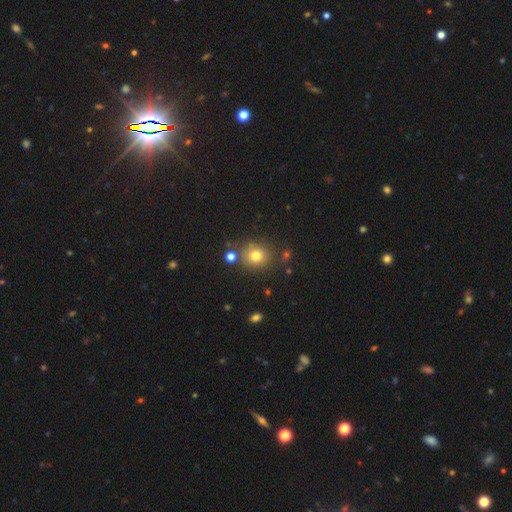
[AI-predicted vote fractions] Smooth or featured? Predicted: smooth (p=0.76). How rounded? Predicted: round (p=0.82). Merging? Predicted: none (p=0.77).